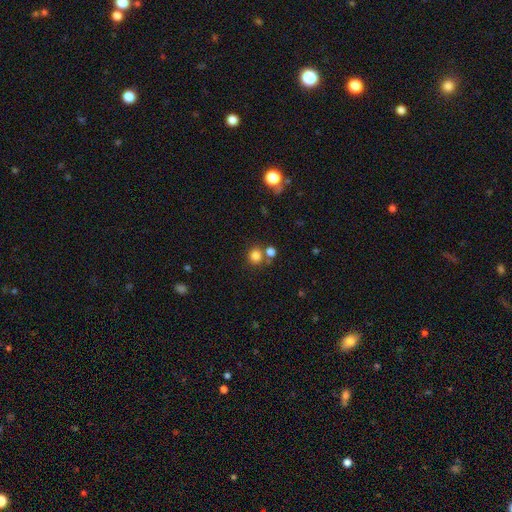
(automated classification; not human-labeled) Morphology: type=smooth (81%); roundness=round (86%); merging=none (68%).